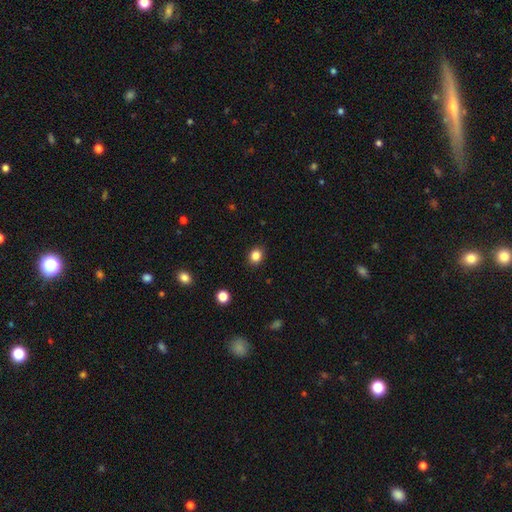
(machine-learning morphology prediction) smooth 85%, star or artifact 11%, featured or disk 4%. Down the decision tree: how rounded — round (66%); merging — none (89%).